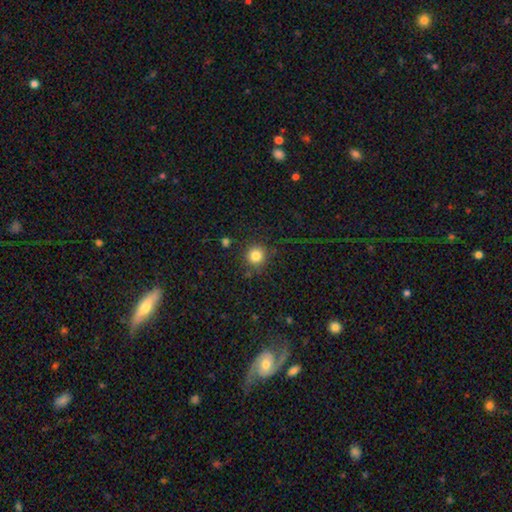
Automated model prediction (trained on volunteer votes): Q: Smooth or featured?
A: smooth (83%); runner-up: star or artifact (12%)
Q: How rounded?
A: round (93%); runner-up: in between (6%)
Q: Merging?
A: none (85%); runner-up: minor disturbance (8%)